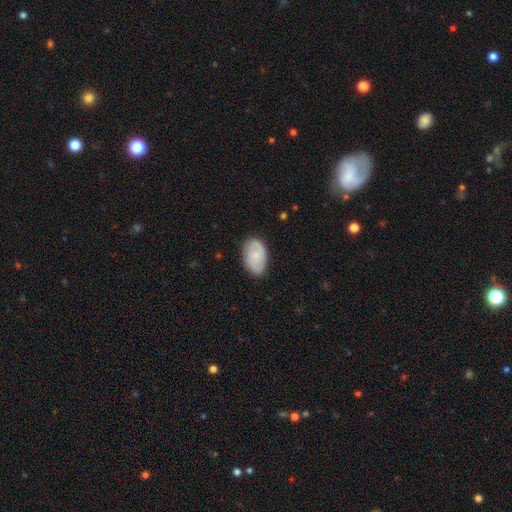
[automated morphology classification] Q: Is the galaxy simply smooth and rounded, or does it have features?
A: smooth — 60%.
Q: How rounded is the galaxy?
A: in between — 90%.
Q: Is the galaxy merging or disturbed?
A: none — 80%.